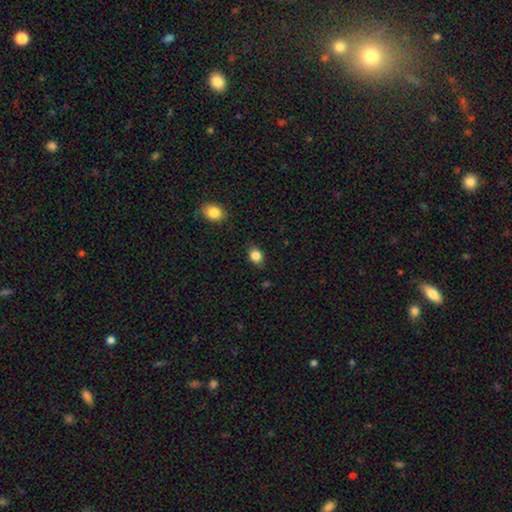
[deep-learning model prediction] smooth 85%, star or artifact 10%, featured or disk 5%. Down the decision tree: how rounded — in between (54%); merging — none (81%).